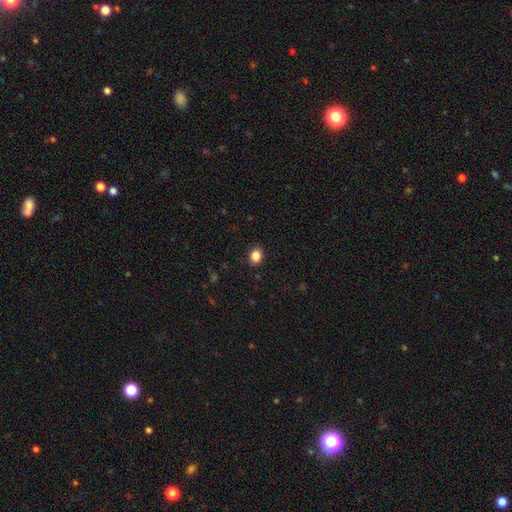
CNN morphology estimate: Q: Smooth or featured?
A: smooth (86%); runner-up: star or artifact (10%)
Q: How rounded?
A: round (51%); runner-up: in between (49%)
Q: Merging?
A: none (89%); runner-up: minor disturbance (8%)